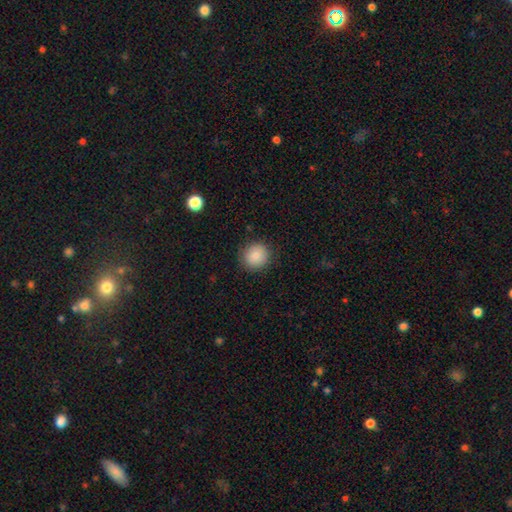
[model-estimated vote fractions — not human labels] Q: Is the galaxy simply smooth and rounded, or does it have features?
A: smooth — 85%.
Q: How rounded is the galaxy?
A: round — 87%.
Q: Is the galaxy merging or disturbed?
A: none — 88%.